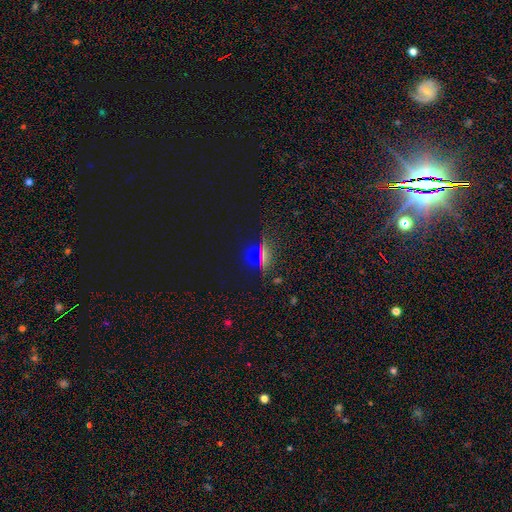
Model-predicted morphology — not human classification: This is possibly a smooth galaxy (47%). Merging: clearly none (81%).